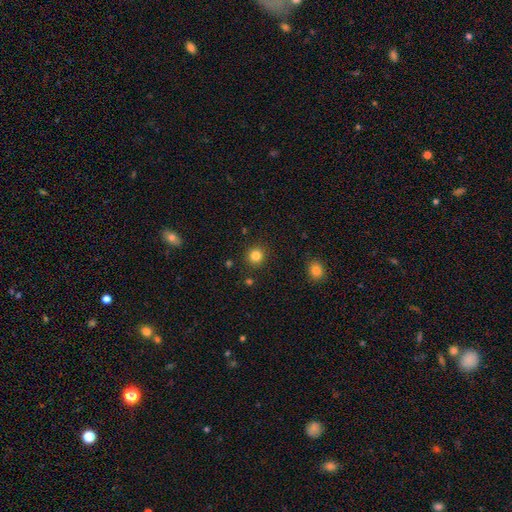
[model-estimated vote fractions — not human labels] Smooth or featured? smooth (83%)
How rounded? round (92%)
Merging? none (91%)